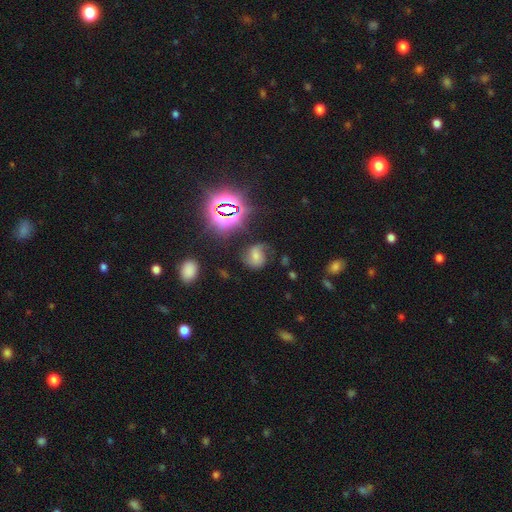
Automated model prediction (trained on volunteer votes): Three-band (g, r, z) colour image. It shows a smooth galaxy with no disk features (37%, tied with featured or disk). Merging: none (56%).